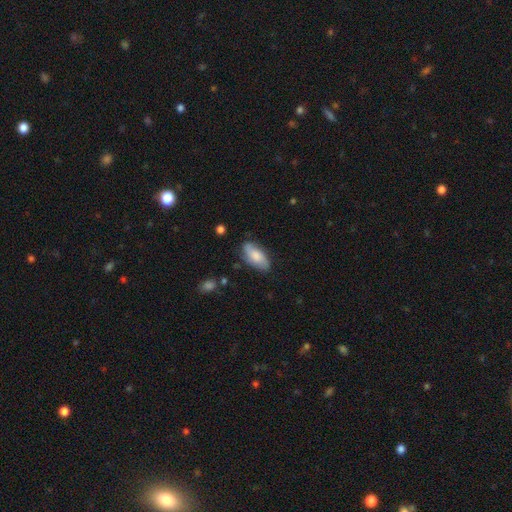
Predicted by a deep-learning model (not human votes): A smooth galaxy with no disk features (71%) that is in between round and cigar-shaped (87%).

Vote fractions:
- Smooth or featured? smooth: 71% / featured or disk: 23% / star or artifact: 6%
- How rounded? in between: 87% / cigar-shaped: 10% / round: 2%
- Merging? none: 75% / minor disturbance: 19% / major disturbance: 4% / merger: 2%